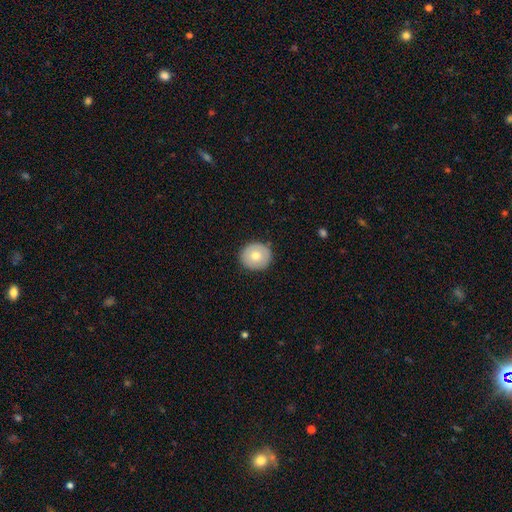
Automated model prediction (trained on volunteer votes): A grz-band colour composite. It shows a smooth galaxy with no disk features (72%) that is round (90%). Merging: none (89%).